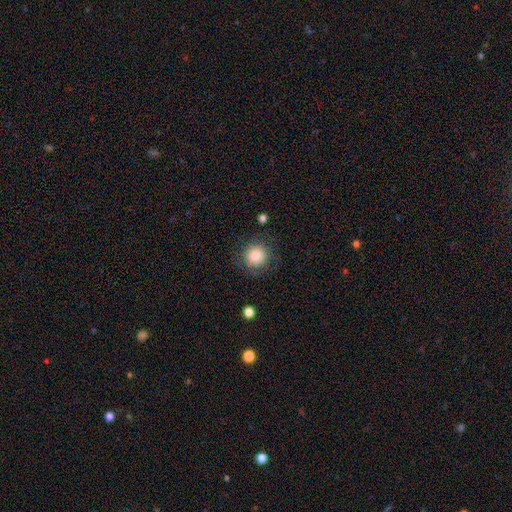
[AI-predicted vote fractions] This appears to be a smooth galaxy with no disk features (84%) that is round (92%). Merging: none (78%).